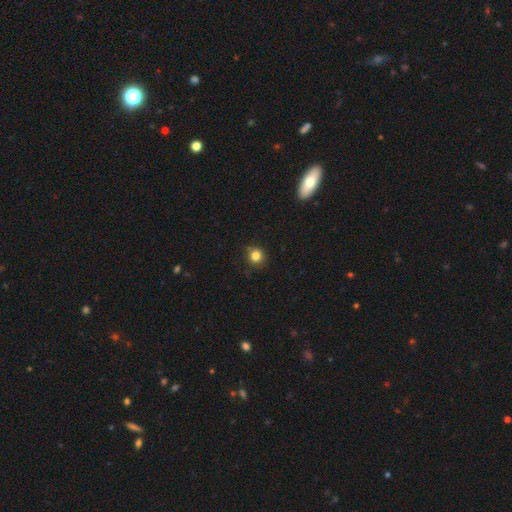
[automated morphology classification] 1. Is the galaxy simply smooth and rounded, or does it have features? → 83% smooth, 13% star or artifact, 5% featured or disk.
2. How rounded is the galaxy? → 91% round, 8% in between, 1% cigar-shaped.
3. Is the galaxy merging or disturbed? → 85% none, 11% minor disturbance, 2% major disturbance, 2% merger.